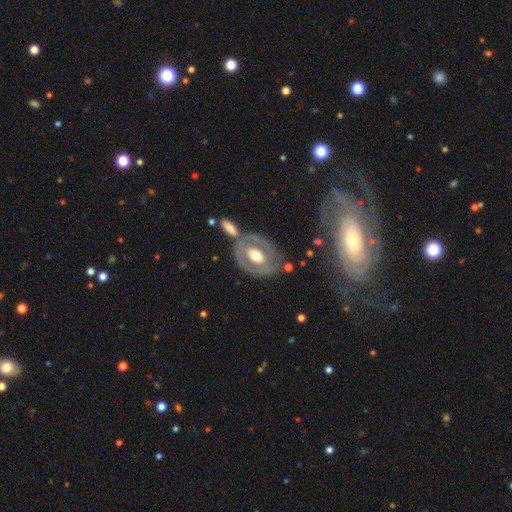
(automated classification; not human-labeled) The model was most divided on "smooth or featured": featured or disk: 63%, smooth: 32%, star or artifact: 5%. More confident: edge-on disk — no (93%); spiral arms — no (69%); bulge size — moderate (64%); merging — none (61%); bar — no (60%).